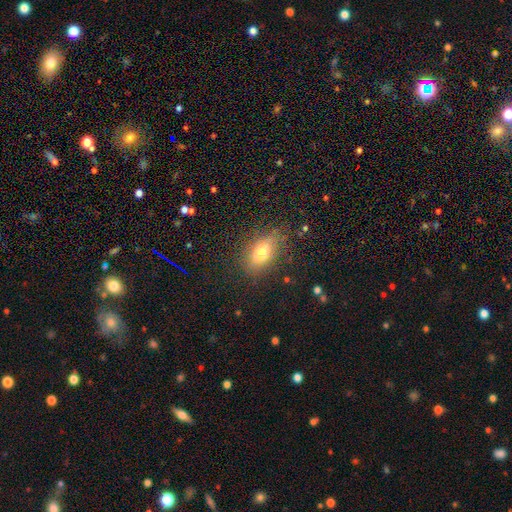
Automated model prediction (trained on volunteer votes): The model was most divided on "smooth or featured": smooth: 65%, featured or disk: 18%, star or artifact: 17%. More confident: merging — none (81%); how rounded — in between (79%).